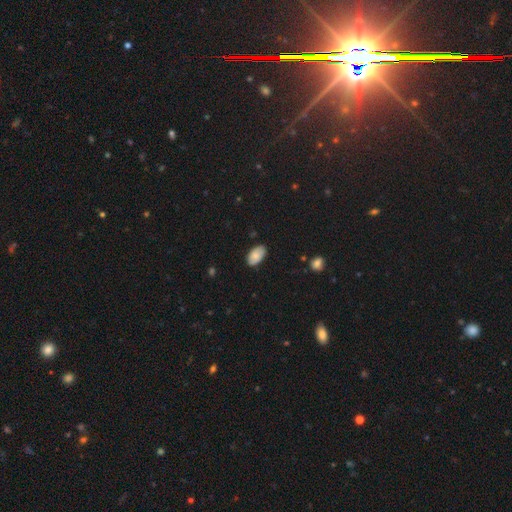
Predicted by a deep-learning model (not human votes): Smooth or featured?
  - smooth: 80% *
  - featured or disk: 13%
  - star or artifact: 7%
How rounded?
  - in between: 95% *
  - round: 4%
  - cigar-shaped: 1%
Merging?
  - none: 79% *
  - minor disturbance: 17%
  - major disturbance: 2%
  - merger: 1%